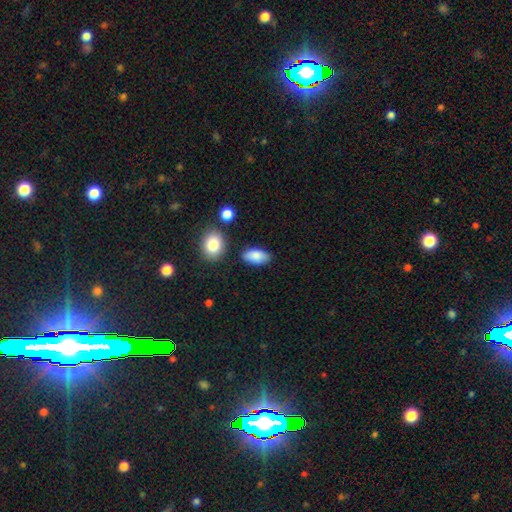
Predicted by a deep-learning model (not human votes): This is clearly a smooth galaxy (85%). How rounded: clearly in between (92%). Merging: clearly none (80%).